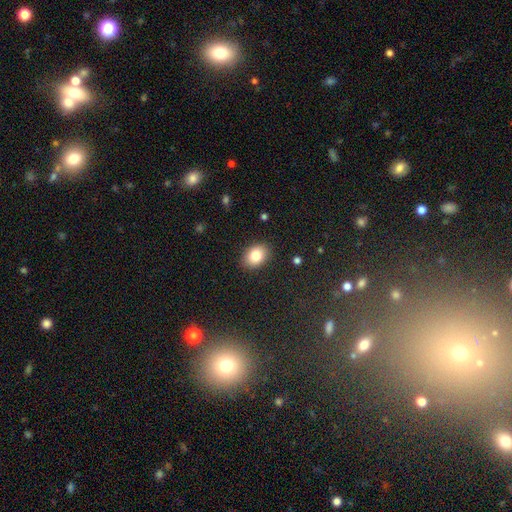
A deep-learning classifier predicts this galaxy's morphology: A smooth galaxy with no disk features (83%) that is in between round and cigar-shaped (78%).

Vote fractions:
- Smooth or featured? smooth: 83% / featured or disk: 9% / star or artifact: 8%
- How rounded? in between: 78% / round: 21% / cigar-shaped: 1%
- Merging? none: 87% / minor disturbance: 9% / major disturbance: 2% / merger: 1%